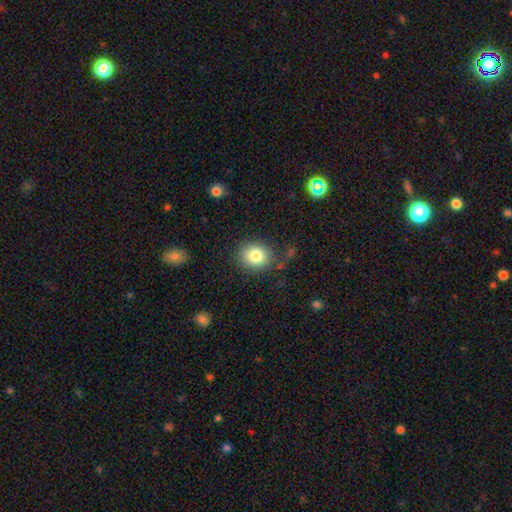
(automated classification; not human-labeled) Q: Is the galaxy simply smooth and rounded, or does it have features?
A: smooth — 81%.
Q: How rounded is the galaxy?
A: round — 76%.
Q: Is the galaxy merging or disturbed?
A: none — 78%.